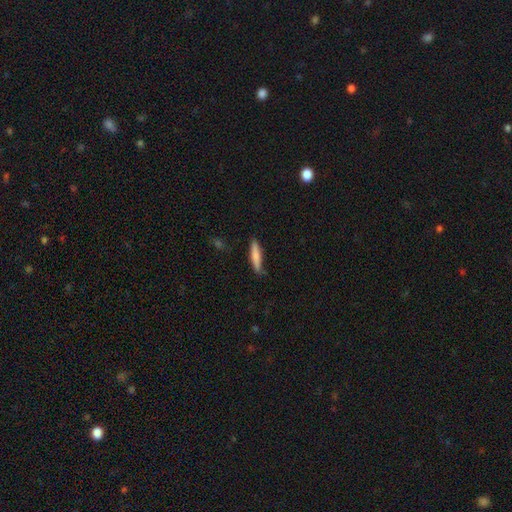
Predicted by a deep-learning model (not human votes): This is likely a smooth galaxy (78%). How rounded: clearly cigar-shaped (87%). Merging: likely none (80%).